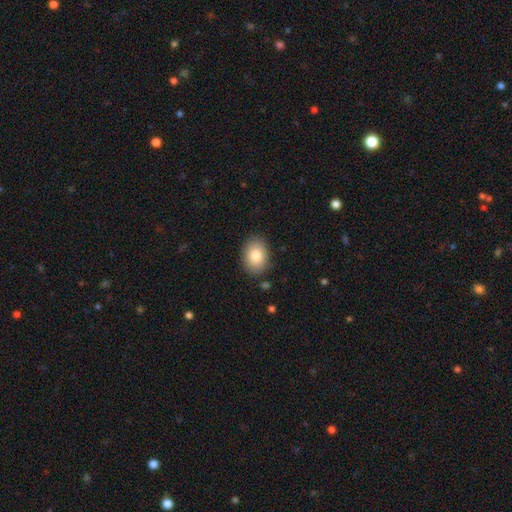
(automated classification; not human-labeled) Smooth or featured? smooth (84%)
How rounded? in between (71%)
Merging? none (86%)